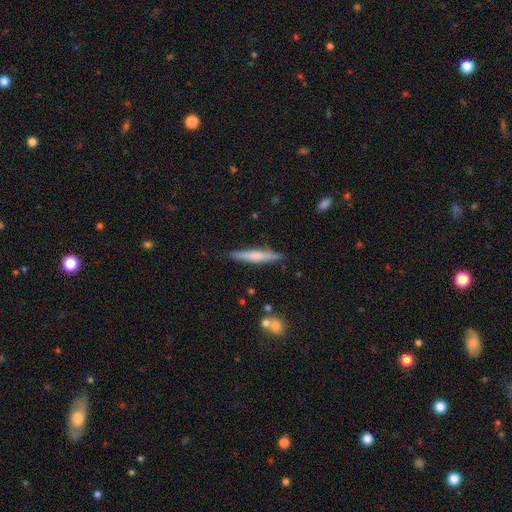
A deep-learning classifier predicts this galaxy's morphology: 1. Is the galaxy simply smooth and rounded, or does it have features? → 55% smooth, 39% featured or disk, 6% star or artifact.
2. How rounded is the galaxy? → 93% cigar-shaped, 5% in between, 1% round.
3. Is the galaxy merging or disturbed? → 87% none, 9% minor disturbance, 2% major disturbance, 2% merger.